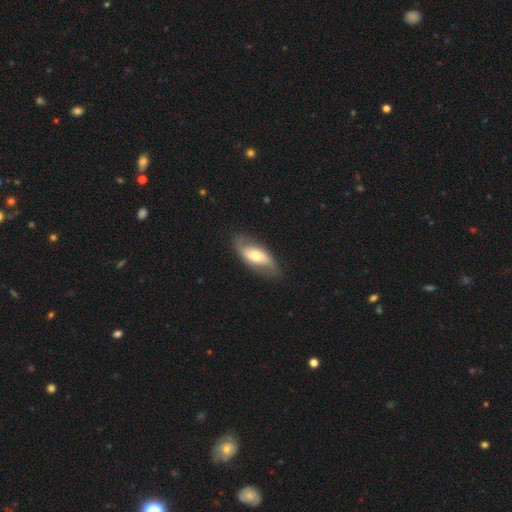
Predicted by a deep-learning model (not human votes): This appears to be a featured or disk galaxy (61%) with no bar (40%), spiral arms (80%) and a moderate central bulge (62%). Merging: none (78%).